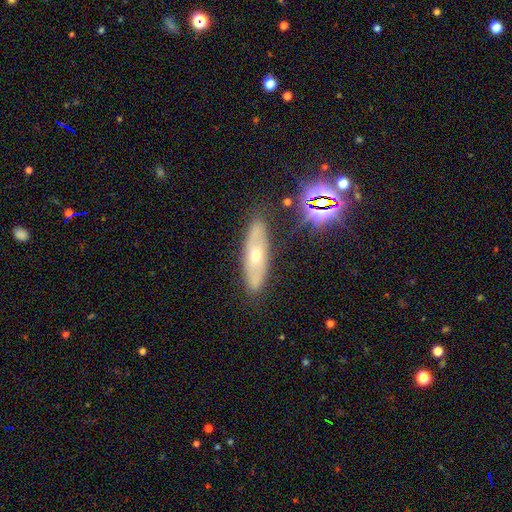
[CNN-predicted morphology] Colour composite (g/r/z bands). It shows a featured or disk galaxy (55%). Merging: none (82%).